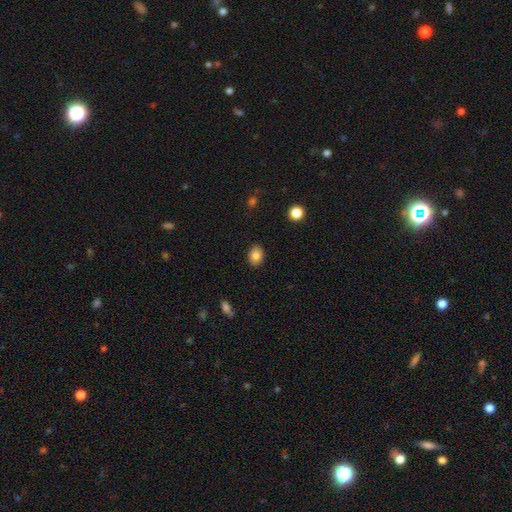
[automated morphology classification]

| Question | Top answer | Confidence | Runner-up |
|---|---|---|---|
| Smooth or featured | smooth | 85% | star or artifact (9%) |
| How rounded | in between | 71% | round (28%) |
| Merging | none | 87% | minor disturbance (10%) |